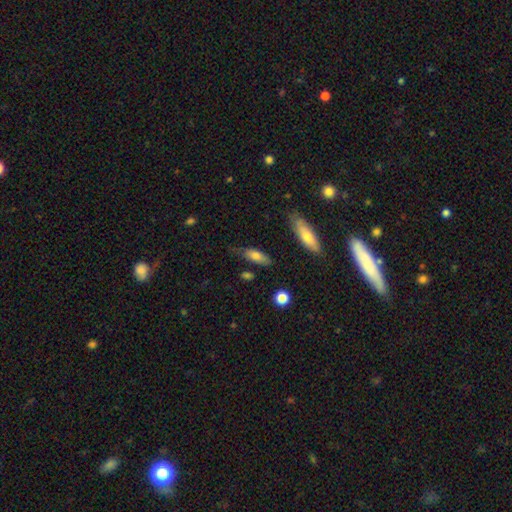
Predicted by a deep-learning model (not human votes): Morphology: type=smooth (73%); roundness=in between (65%); merging=none (62%).